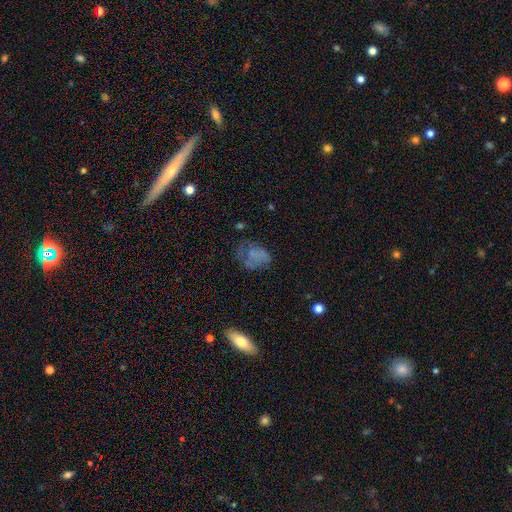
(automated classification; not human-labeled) This is possibly a smooth galaxy (55%). How rounded: likely in between (68%). Merging: marginally major disturbance (36%).